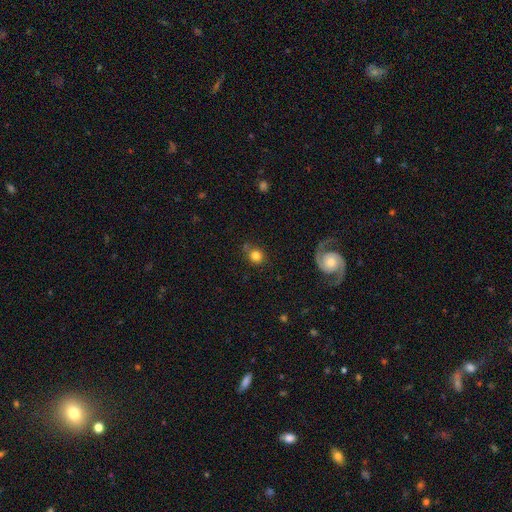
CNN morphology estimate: This appears to be a smooth galaxy with no disk features (78%) that is round (78%). Merging: none (67%).